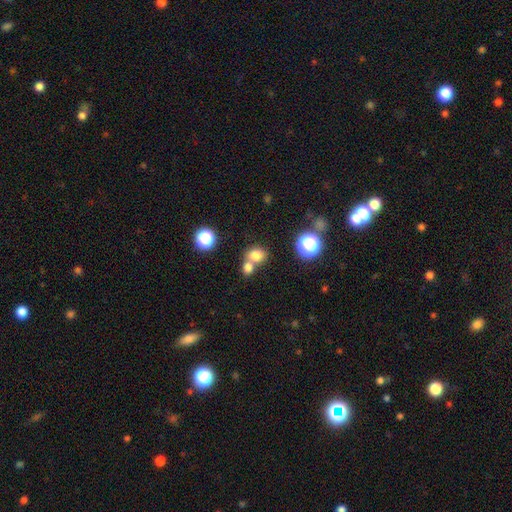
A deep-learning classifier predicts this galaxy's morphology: Overall: smooth (77%). How rounded: round (58%; in between 41%). Merging: none (45%; merger 43%).